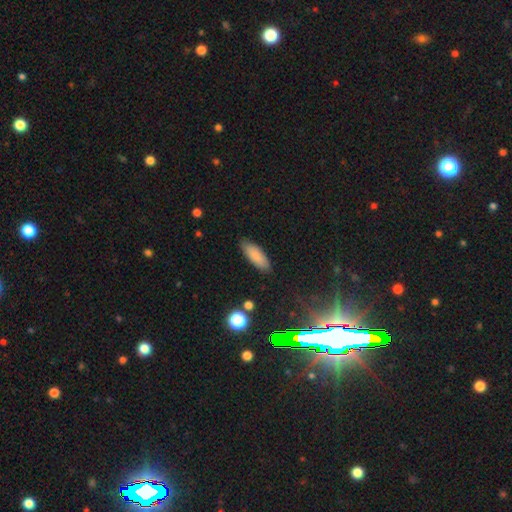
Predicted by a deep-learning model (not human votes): This is clearly a smooth galaxy (83%). How rounded: likely in between (69%). Merging: clearly none (85%).